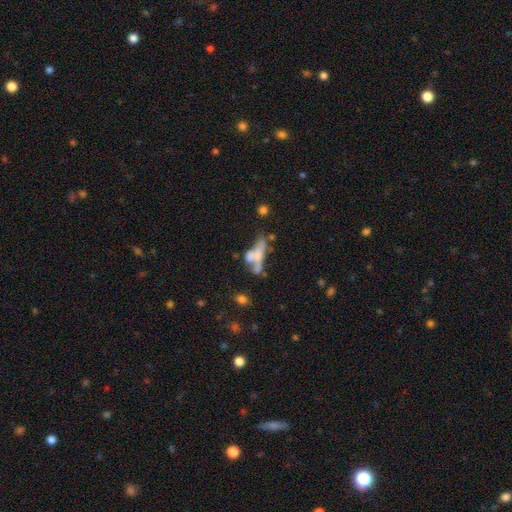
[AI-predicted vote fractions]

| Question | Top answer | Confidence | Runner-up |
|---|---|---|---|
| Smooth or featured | featured or disk | 45% | smooth (42%) |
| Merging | merger | 45% | none (23%) |